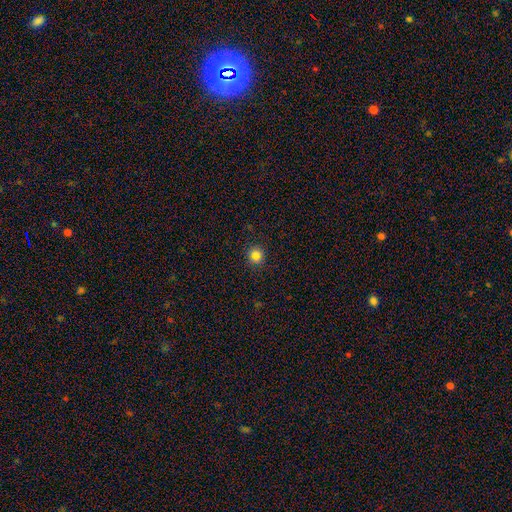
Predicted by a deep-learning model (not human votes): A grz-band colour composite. It shows a smooth galaxy with no disk features (82%) that is round (89%). Merging: none (89%).